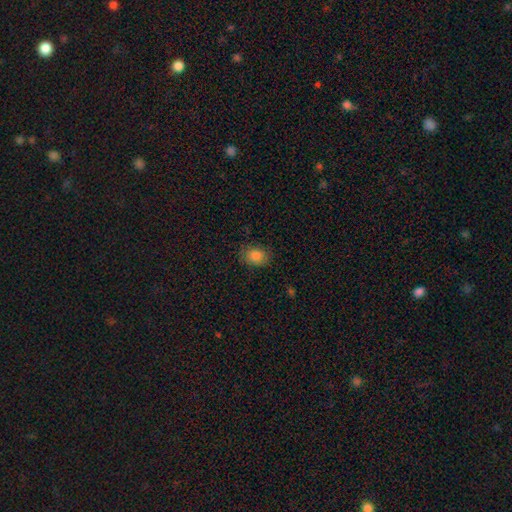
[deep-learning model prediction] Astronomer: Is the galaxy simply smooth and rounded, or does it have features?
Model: smooth — 84%.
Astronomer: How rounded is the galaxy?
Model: in between — 61% (runner-up: round, 38%).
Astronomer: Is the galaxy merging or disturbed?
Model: none — 80%.